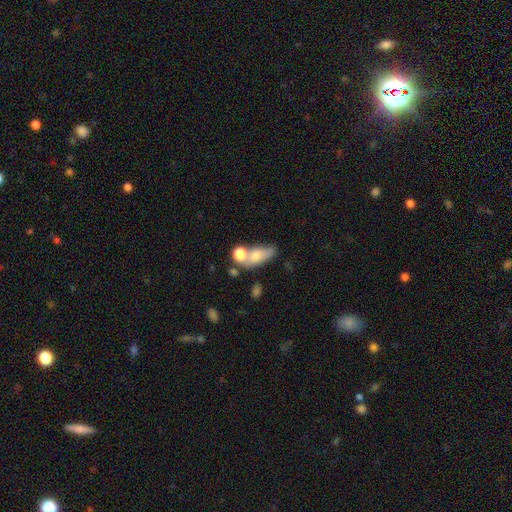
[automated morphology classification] smooth 69%, featured or disk 21%, star or artifact 10%. Down the decision tree: how rounded — in between (69%); merging — merger (42%).